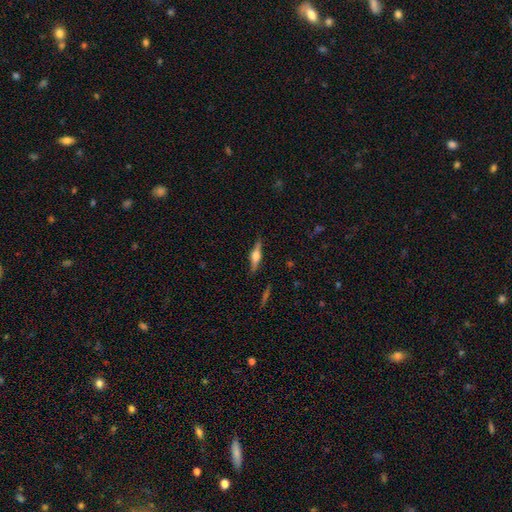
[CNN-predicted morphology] featured or disk 66%, smooth 27%, star or artifact 7%. Down the decision tree: edge-on disk — yes (96%); edge-on bulge — rounded (88%); merging — none (86%).